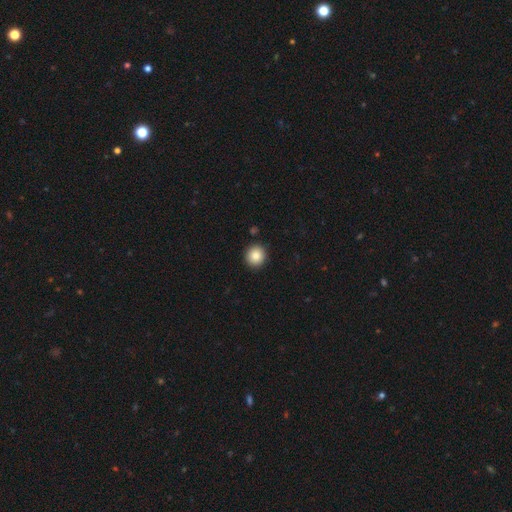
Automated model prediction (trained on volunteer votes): This appears to be a smooth galaxy with no disk features (85%) that is round (94%). Merging: none (91%).